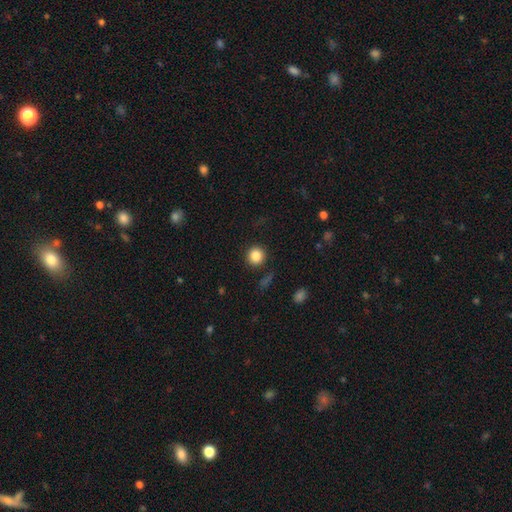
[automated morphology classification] Smooth or featured? smooth (85%)
How rounded? round (93%)
Merging? none (90%)